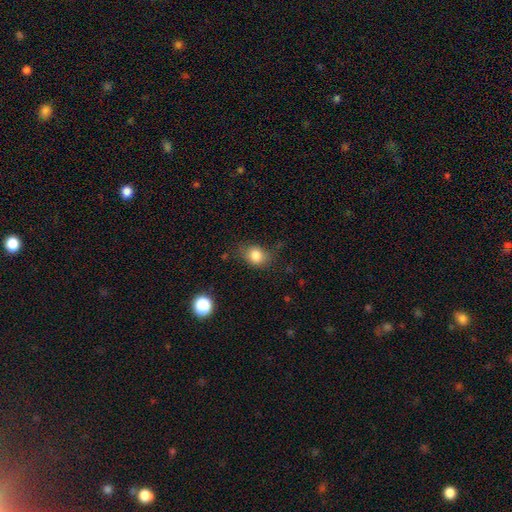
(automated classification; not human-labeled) smooth-or-featured: smooth: 81% | star or artifact: 11% | featured or disk: 8%
  how-rounded: in between: 52% | round: 46% | cigar-shaped: 1%
  merging: none: 68% | minor disturbance: 23% | major disturbance: 7% | merger: 2%